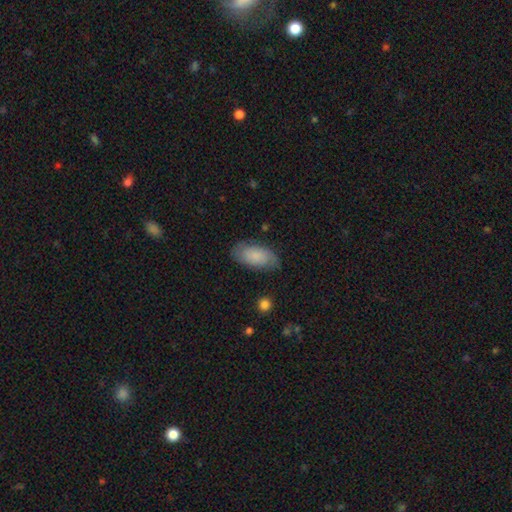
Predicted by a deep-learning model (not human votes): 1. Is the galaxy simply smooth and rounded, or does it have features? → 71% smooth, 22% featured or disk, 7% star or artifact.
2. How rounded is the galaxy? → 93% in between, 5% cigar-shaped, 3% round.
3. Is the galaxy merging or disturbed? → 76% none, 18% minor disturbance, 5% major disturbance, 1% merger.